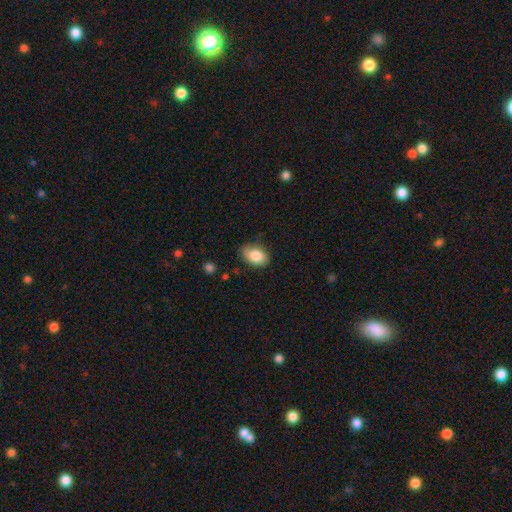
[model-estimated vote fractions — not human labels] This appears to be a smooth galaxy with no disk features (84%) that is in between round and cigar-shaped (88%). Merging: none (79%).